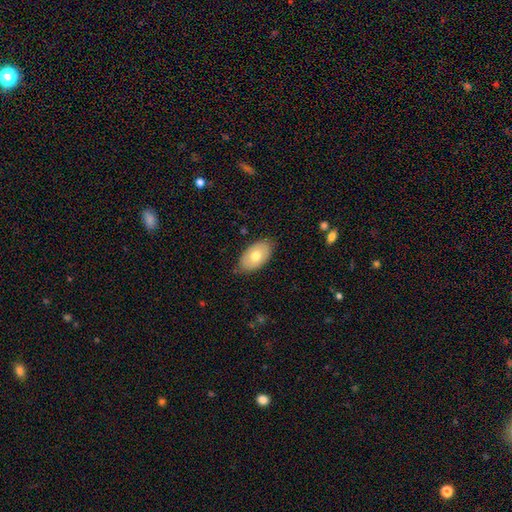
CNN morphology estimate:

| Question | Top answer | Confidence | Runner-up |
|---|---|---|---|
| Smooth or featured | smooth | 67% | featured or disk (26%) |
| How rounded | in between | 93% | round (5%) |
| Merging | none | 81% | minor disturbance (15%) |